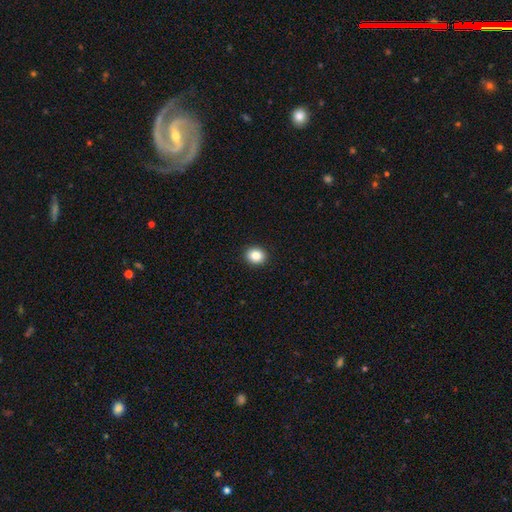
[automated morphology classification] Smooth or featured: smooth — 85% (star or artifact — 10%)
How rounded: round — 66% (in between — 34%)
Merging: none — 93% (minor disturbance — 5%)